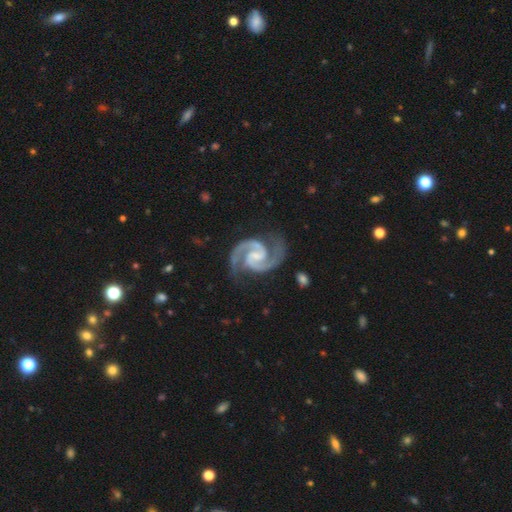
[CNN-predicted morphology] Smooth or featured?
  - featured or disk: 95% *
  - star or artifact: 3%
  - smooth: 2%
Edge-on disk?
  - no: 99% *
  - yes: 1%
Bar?
  - weak: 51% *
  - no: 28%
  - strong: 21%
Spiral arms?
  - yes: 99% *
  - no: 1%
Spiral winding?
  - medium: 66% *
  - tight: 26%
  - loose: 8%
Spiral arm count?
  - 2: 94% *
  - 3: 2%
  - can't tell: 1%
  - 1: 1%
  - 4: 1%
  - more than 4: 1%
Bulge size?
  - small: 38% *
  - none: 37%
  - moderate: 22%
  - large: 3%
  - dominant: 1%
Merging?
  - none: 77% *
  - minor disturbance: 16%
  - major disturbance: 5%
  - merger: 2%